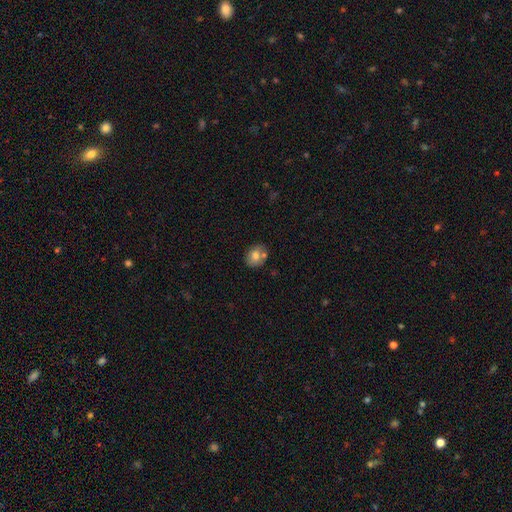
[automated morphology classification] smooth-or-featured: smooth: 75% | featured or disk: 16% | star or artifact: 9%
  how-rounded: round: 57% | in between: 42% | cigar-shaped: 1%
  merging: none: 65% | merger: 17% | minor disturbance: 15% | major disturbance: 3%